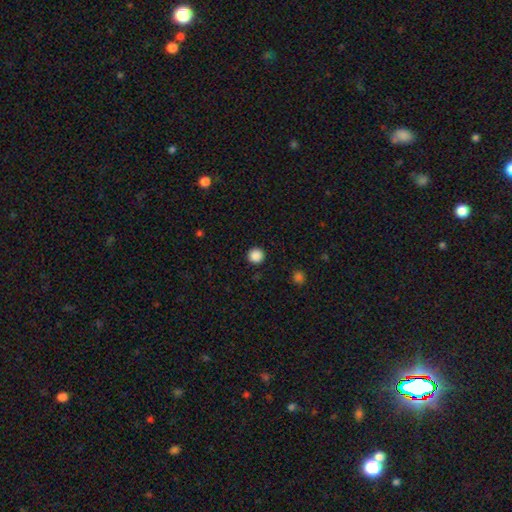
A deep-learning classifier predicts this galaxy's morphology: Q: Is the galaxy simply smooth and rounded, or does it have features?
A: smooth — 88%.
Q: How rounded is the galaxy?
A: round — 96%.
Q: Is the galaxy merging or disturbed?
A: none — 93%.